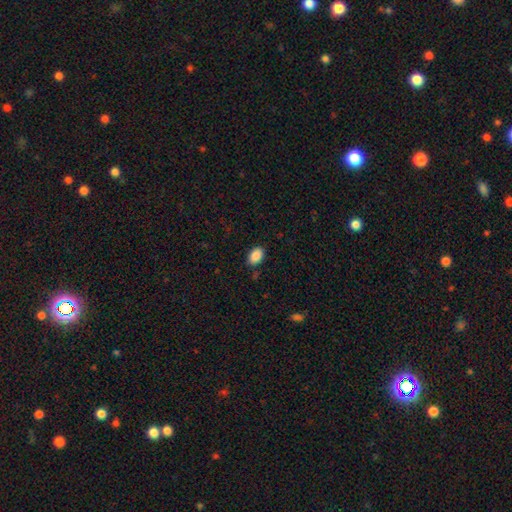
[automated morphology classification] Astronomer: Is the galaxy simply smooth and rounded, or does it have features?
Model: smooth — 89%.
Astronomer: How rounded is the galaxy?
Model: in between — 87%.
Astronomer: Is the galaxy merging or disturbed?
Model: none — 85%.